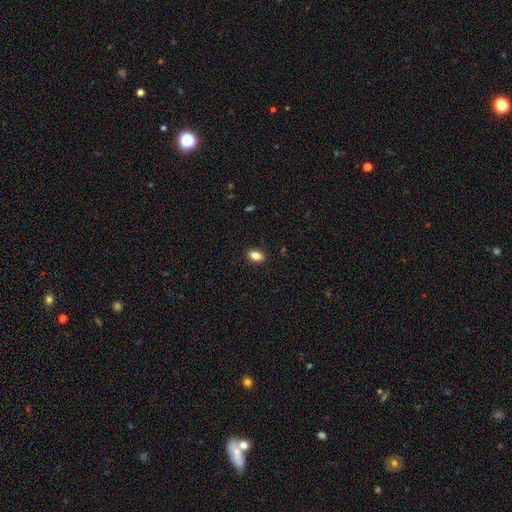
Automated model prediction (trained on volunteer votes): A smooth galaxy with no disk features (85%) that is in between round and cigar-shaped (87%).

Vote fractions:
- Smooth or featured? smooth: 85% / star or artifact: 9% / featured or disk: 7%
- How rounded? in between: 87% / round: 10% / cigar-shaped: 3%
- Merging? none: 89% / minor disturbance: 9% / major disturbance: 2% / merger: 1%